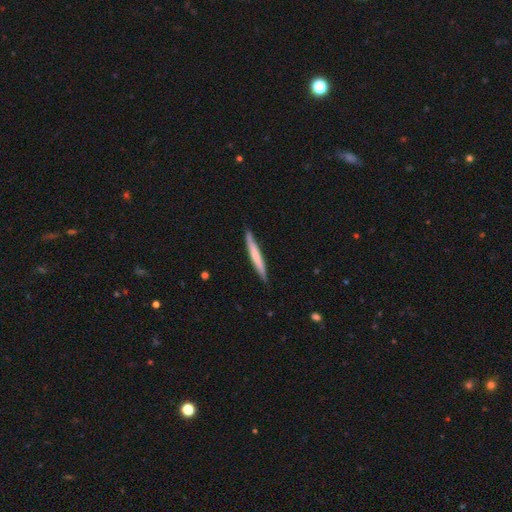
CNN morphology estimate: Smooth or featured? Predicted: smooth (p=0.62). How rounded? Predicted: cigar-shaped (p=0.96). Merging? Predicted: none (p=0.88).